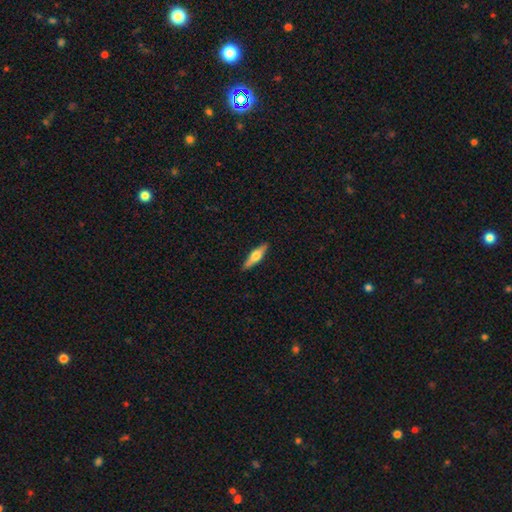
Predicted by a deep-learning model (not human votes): Smooth or featured? featured or disk (58%)
Edge-on disk? yes (96%)
Edge-on bulge? rounded (92%)
Merging? none (90%)